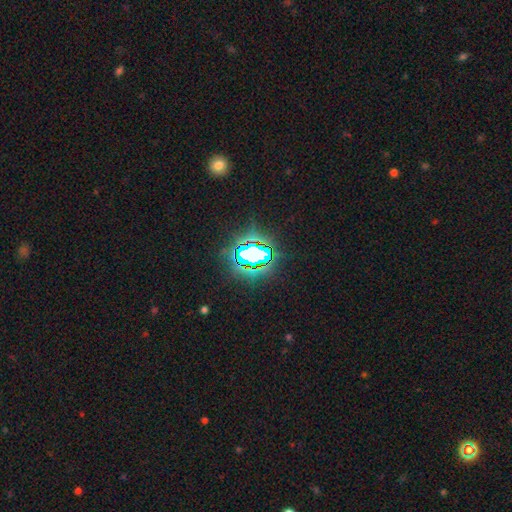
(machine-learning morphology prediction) type=star or artifact (73%).